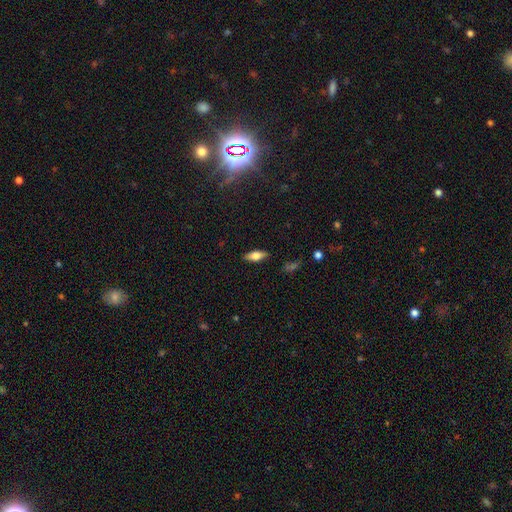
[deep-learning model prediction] A smooth galaxy with no disk features (61%) that is in between round and cigar-shaped (74%).

Vote fractions:
- Smooth or featured? smooth: 61% / featured or disk: 31% / star or artifact: 8%
- How rounded? in between: 74% / cigar-shaped: 22% / round: 3%
- Merging? none: 87% / minor disturbance: 9% / major disturbance: 2% / merger: 1%